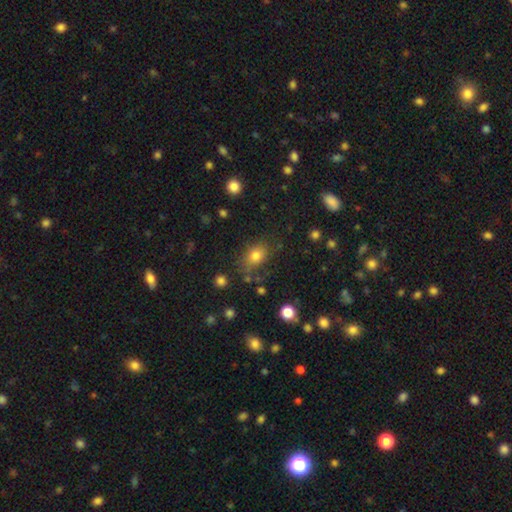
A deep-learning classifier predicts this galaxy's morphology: A smooth galaxy with no disk features (78%) that is in between round and cigar-shaped (61%). Merging: none (72%).